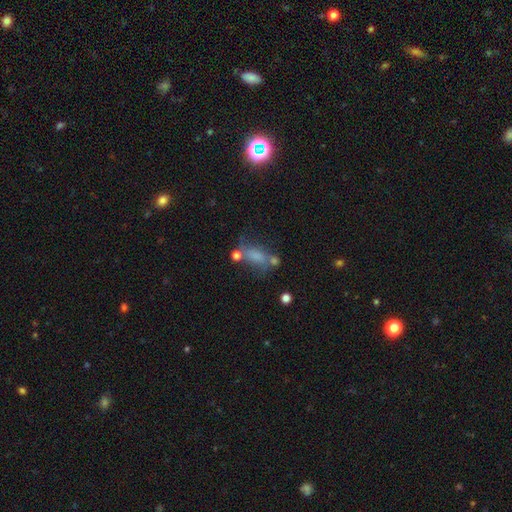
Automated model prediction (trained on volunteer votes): Smooth or featured?
  - smooth: 61% *
  - featured or disk: 23%
  - star or artifact: 16%
How rounded?
  - in between: 75% *
  - cigar-shaped: 15%
  - round: 10%
Merging?
  - none: 39% *
  - minor disturbance: 21%
  - merger: 21%
  - major disturbance: 19%